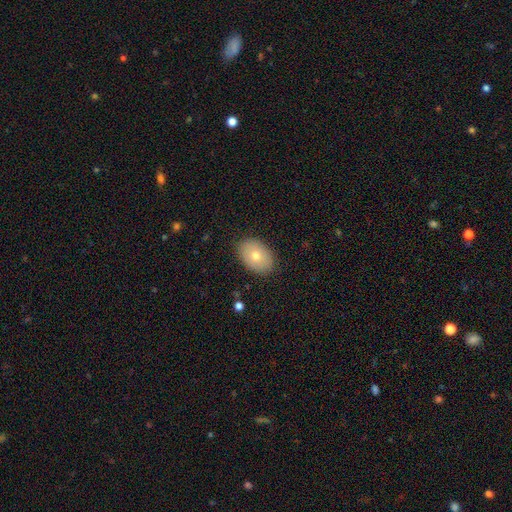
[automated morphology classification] Overall: smooth (71%). How rounded: in between (82%). Merging: none (88%).